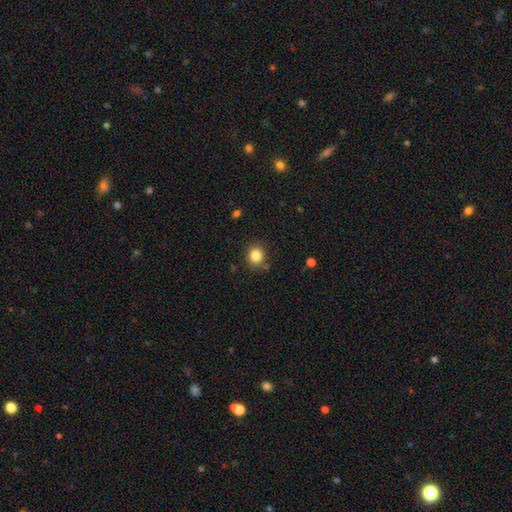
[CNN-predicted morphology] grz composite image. It shows a smooth galaxy with no disk features (84%) that is round (84%). Merging: none (83%).